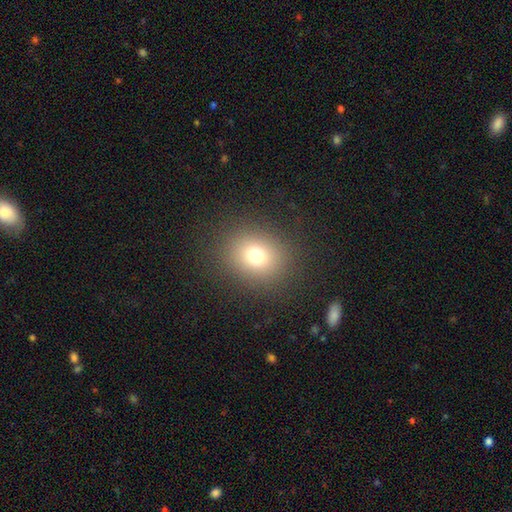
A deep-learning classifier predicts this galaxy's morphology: This is likely a smooth galaxy (74%). How rounded: likely round (70%). Merging: clearly none (88%).